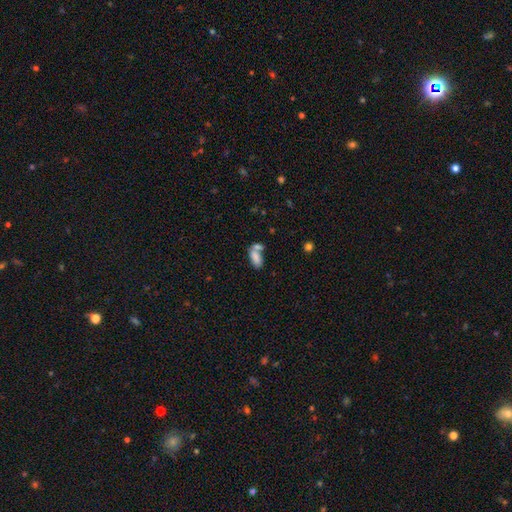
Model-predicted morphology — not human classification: type=smooth (80%); roundness=in between (88%); merging=merger (50%).